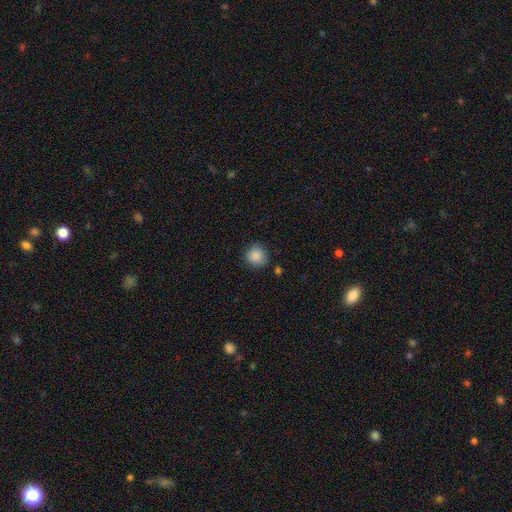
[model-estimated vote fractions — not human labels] A smooth galaxy with no disk features (87%) that is round (92%). Merging: none (83%).